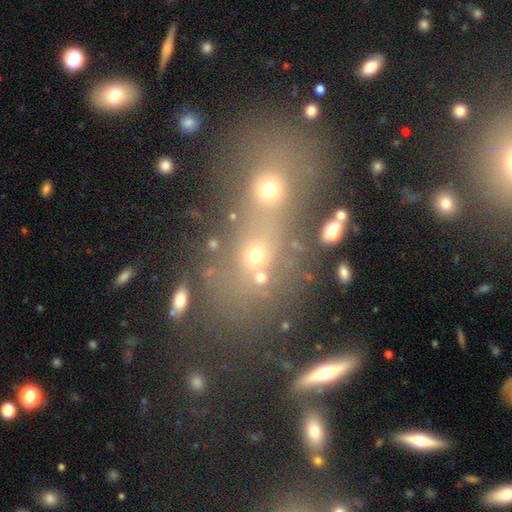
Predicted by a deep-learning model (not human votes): Q: Smooth or featured?
A: smooth (63%); runner-up: star or artifact (23%)
Q: How rounded?
A: round (59%); runner-up: in between (37%)
Q: Merging?
A: merger (49%); runner-up: none (37%)